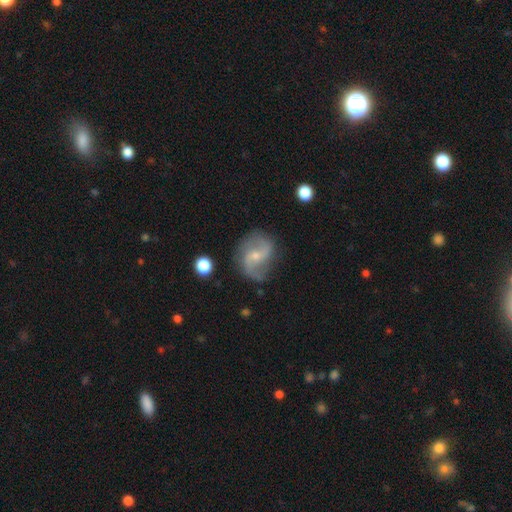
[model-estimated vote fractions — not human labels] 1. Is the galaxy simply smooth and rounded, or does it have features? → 83% featured or disk, 12% smooth, 6% star or artifact.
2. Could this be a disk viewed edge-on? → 97% no, 3% yes.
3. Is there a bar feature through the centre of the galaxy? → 44% weak, 42% no, 14% strong.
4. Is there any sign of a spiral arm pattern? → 95% yes, 5% no.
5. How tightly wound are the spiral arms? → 56% loose, 35% medium, 9% tight.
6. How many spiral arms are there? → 91% 2, 3% can't tell, 2% 1, 1% 3, 1% 4, 1% more than 4.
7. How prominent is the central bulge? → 64% small, 31% moderate, 3% none, 1% large, 1% dominant.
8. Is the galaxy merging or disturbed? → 75% none, 17% minor disturbance, 6% major disturbance, 2% merger.